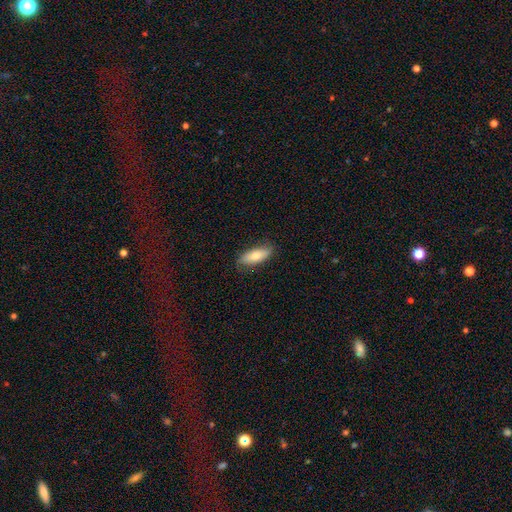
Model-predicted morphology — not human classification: Q: Smooth or featured?
A: smooth (72%); runner-up: featured or disk (22%)
Q: How rounded?
A: in between (72%); runner-up: cigar-shaped (26%)
Q: Merging?
A: none (78%); runner-up: minor disturbance (18%)